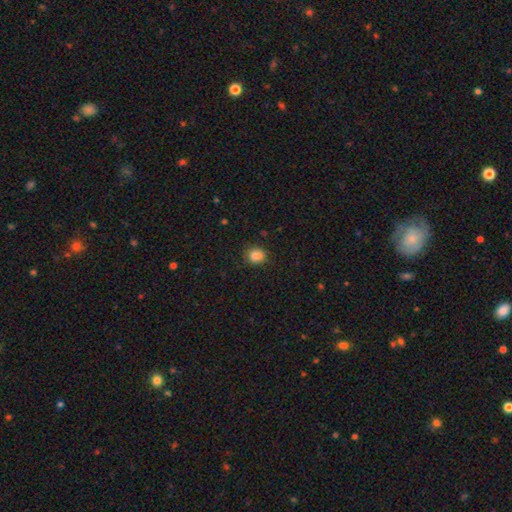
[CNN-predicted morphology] A smooth galaxy with no disk features (83%) that is round (73%).

Vote fractions:
- Smooth or featured? smooth: 83% / star or artifact: 11% / featured or disk: 6%
- How rounded? round: 73% / in between: 26% / cigar-shaped: 1%
- Merging? none: 77% / minor disturbance: 17% / major disturbance: 4% / merger: 2%